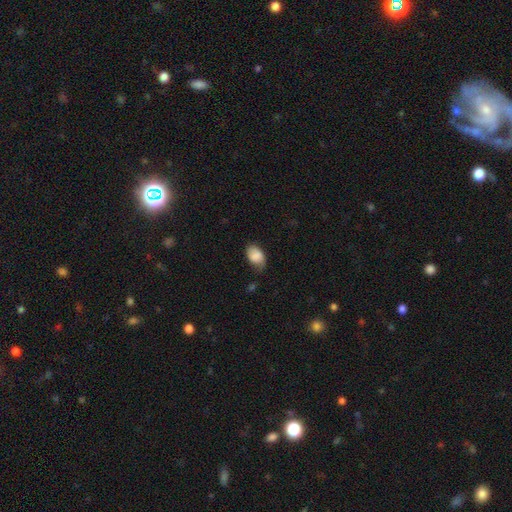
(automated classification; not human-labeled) This is clearly a smooth galaxy (83%). How rounded: clearly in between (87%). Merging: possibly none (56%).